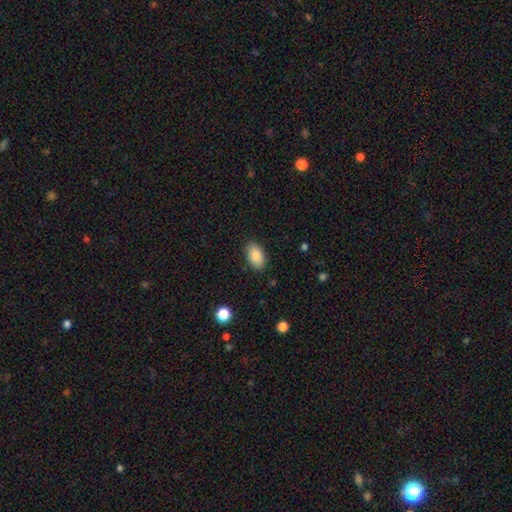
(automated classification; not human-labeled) This appears to be a smooth galaxy with no disk features (88%) that is in between round and cigar-shaped (93%). Merging: none (87%).